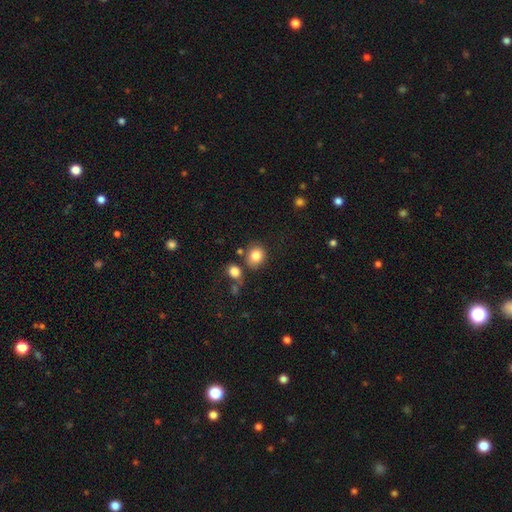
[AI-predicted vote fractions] Smooth or featured? Predicted: smooth (p=0.83). How rounded? Predicted: round (p=0.72). Merging? Predicted: none (p=0.73).